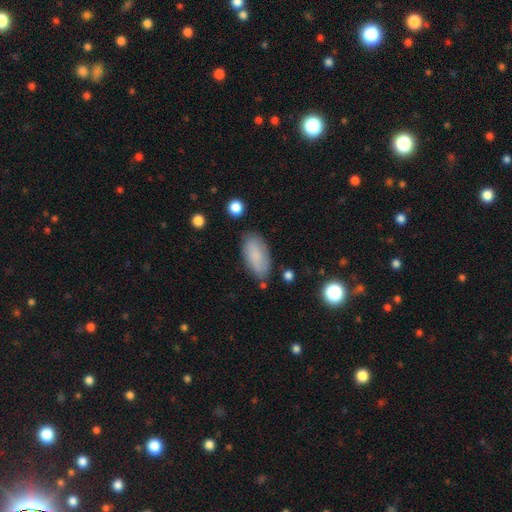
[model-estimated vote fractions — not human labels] Smooth or featured? Predicted: smooth (p=0.78). How rounded? Predicted: in between (p=0.90). Merging? Predicted: none (p=0.79).